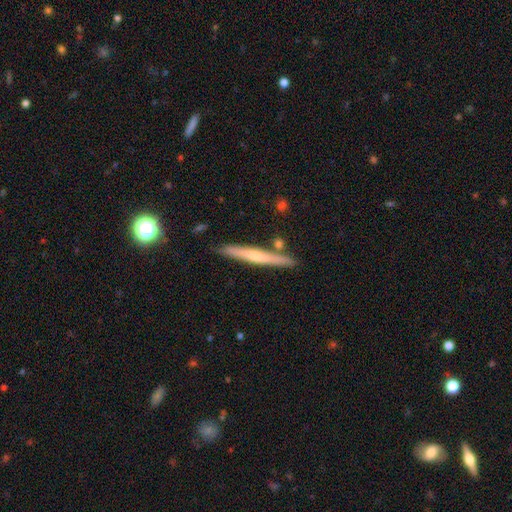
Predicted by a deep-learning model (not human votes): This is possibly a featured or disk galaxy (55%). It is clearly viewed edge-on (96%). Edge-on bulge: possibly rounded (54%). Merging: clearly none (85%).